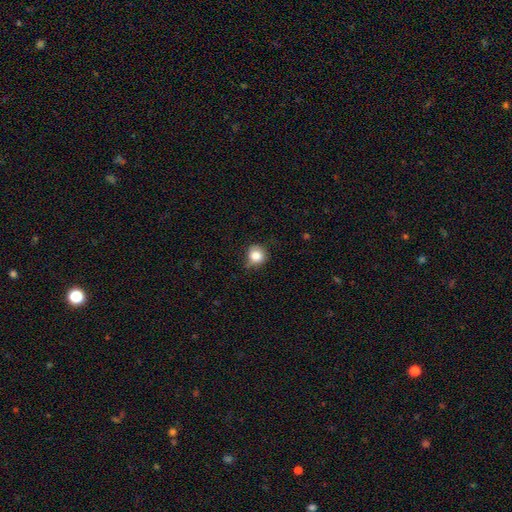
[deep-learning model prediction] Smooth or featured: smooth — 83% (star or artifact — 10%)
How rounded: round — 84% (in between — 15%)
Merging: none — 63% (minor disturbance — 29%)